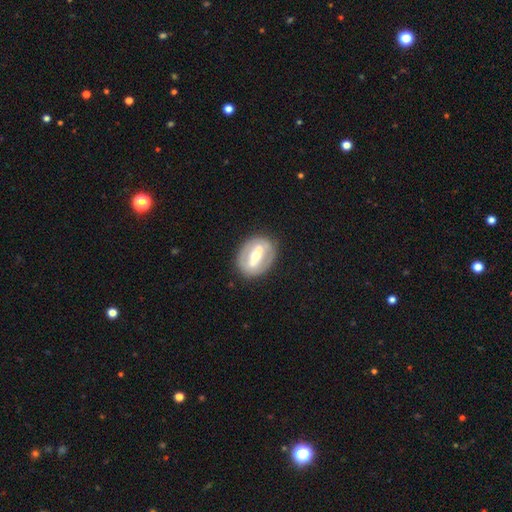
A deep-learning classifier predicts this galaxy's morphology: smooth_or_featured: featured or disk (p=0.65) [alt: smooth p=0.29]
disk_edge_on: no (p=0.90) [alt: yes p=0.10]
bar: strong (p=0.64) [alt: weak p=0.21]
has_spiral_arms: no (p=0.76) [alt: yes p=0.24]
bulge_size: moderate (p=0.60) [alt: small p=0.28]
merging: none (p=0.70) [alt: minor disturbance p=0.14]